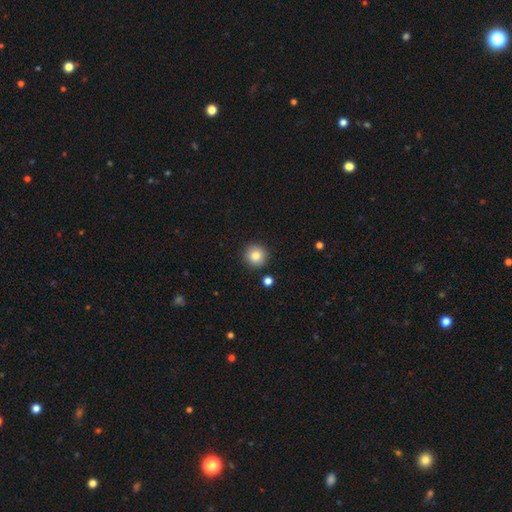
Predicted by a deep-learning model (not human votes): The model was most divided on "smooth or featured": smooth: 83%, star or artifact: 10%, featured or disk: 7%. More confident: how rounded — round (95%); merging — none (90%).